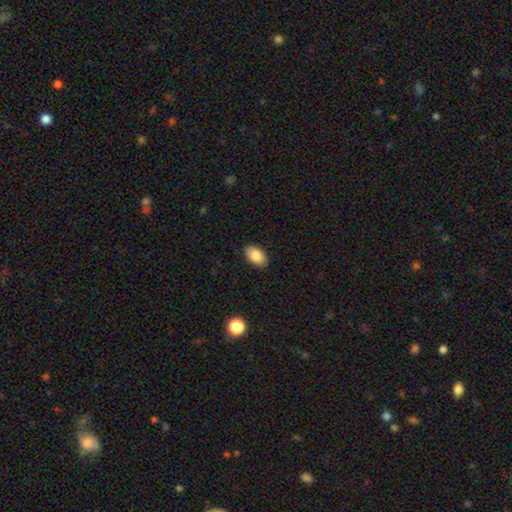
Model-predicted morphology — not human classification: Smooth or featured: smooth — 84% (featured or disk — 9%)
How rounded: in between — 92% (round — 6%)
Merging: none — 88% (minor disturbance — 9%)